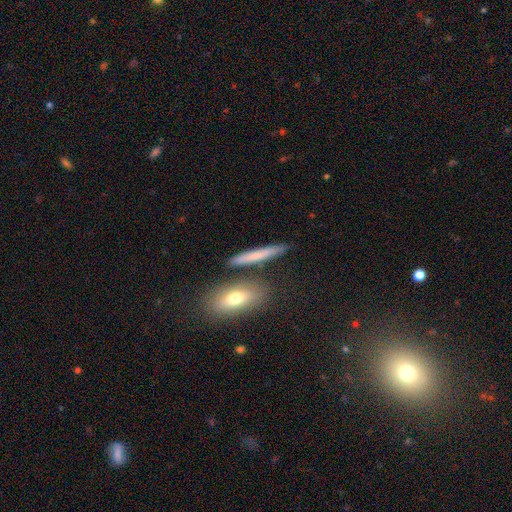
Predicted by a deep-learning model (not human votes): Smooth or featured: smooth — 65% (featured or disk — 28%)
How rounded: cigar-shaped — 85% (in between — 11%)
Merging: none — 81% (minor disturbance — 10%)